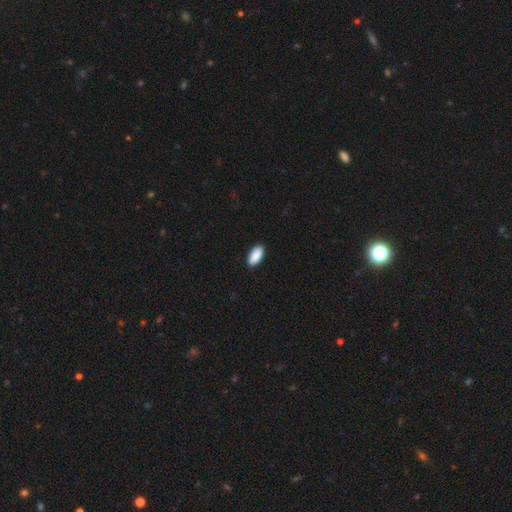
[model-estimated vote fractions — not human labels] Morphology: type=smooth (91%); roundness=in between (93%); merging=none (91%).